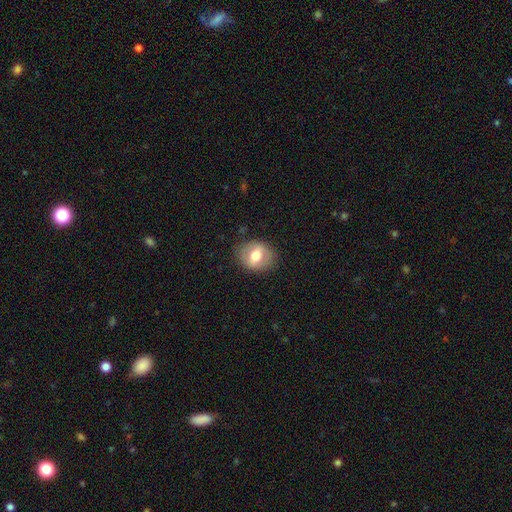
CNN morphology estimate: This appears to be a smooth galaxy with no disk features (56%) that is in between round and cigar-shaped (50%). Merging: none (82%).